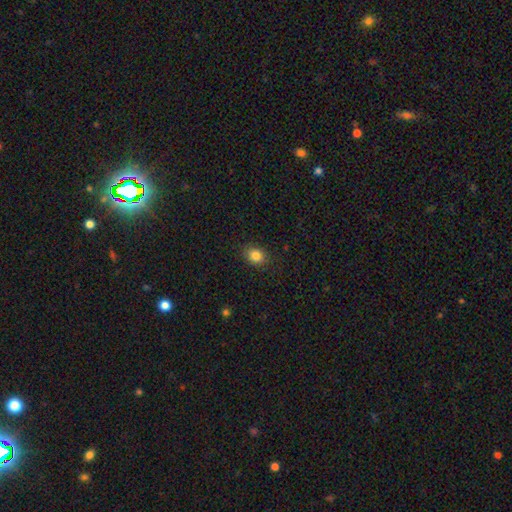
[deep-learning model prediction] The model was most divided on "how rounded": round: 52%, in between: 47%, cigar-shaped: 1%. More confident: merging — none (87%); smooth or featured — smooth (84%).